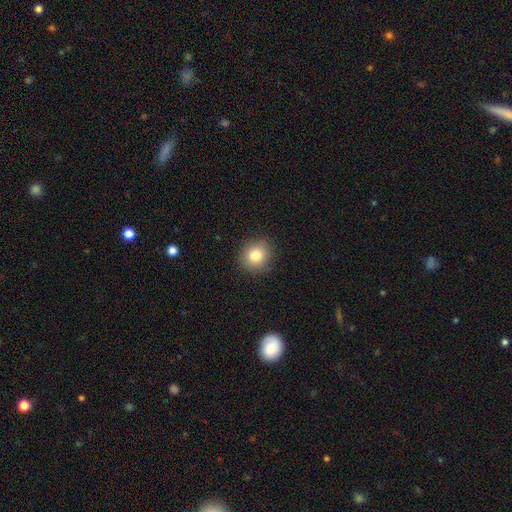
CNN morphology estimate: Smooth or featured? smooth (79%)
How rounded? round (87%)
Merging? none (88%)